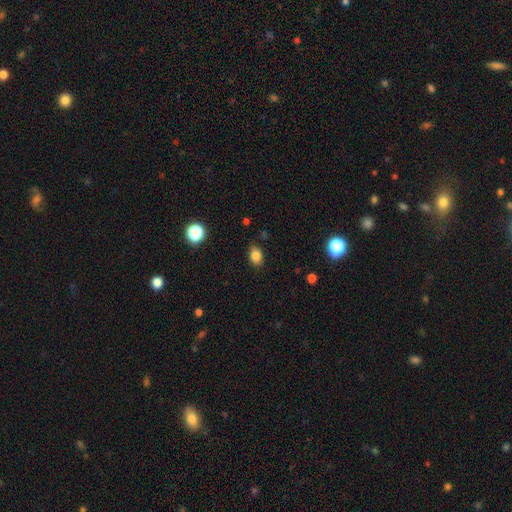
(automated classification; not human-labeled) The model was most divided on "how rounded": in between: 74%, round: 25%, cigar-shaped: 1%. More confident: merging — none (84%); smooth or featured — smooth (84%).